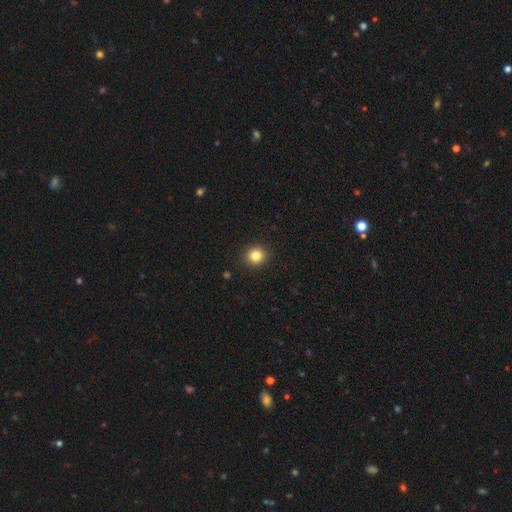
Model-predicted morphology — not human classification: A smooth galaxy with no disk features (83%) that is round (92%).

Vote fractions:
- Smooth or featured? smooth: 83% / star or artifact: 12% / featured or disk: 5%
- How rounded? round: 92% / in between: 7% / cigar-shaped: 1%
- Merging? none: 92% / minor disturbance: 5% / major disturbance: 2% / merger: 1%